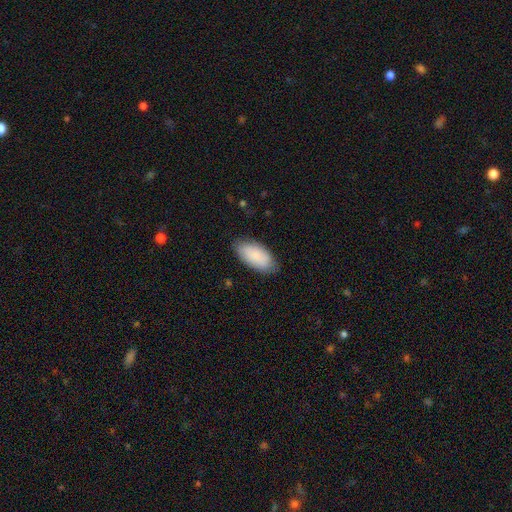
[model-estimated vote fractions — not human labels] smooth 87%, featured or disk 7%, star or artifact 6%. Down the decision tree: how rounded — in between (94%); merging — none (81%).